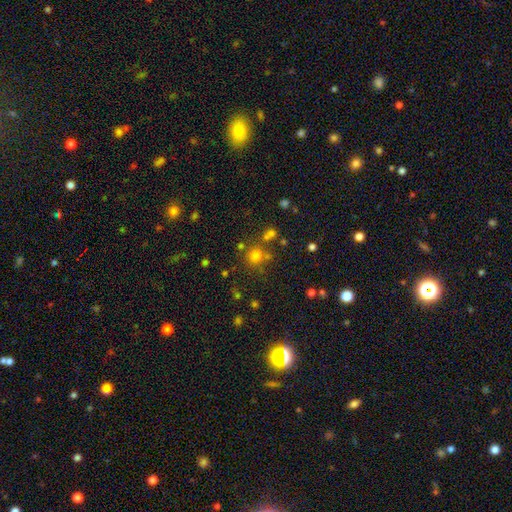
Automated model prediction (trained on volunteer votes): smooth-or-featured: smooth: 71% | star or artifact: 21% | featured or disk: 8%
  how-rounded: round: 90% | in between: 9% | cigar-shaped: 1%
  merging: none: 72% | merger: 14% | minor disturbance: 10% | major disturbance: 5%